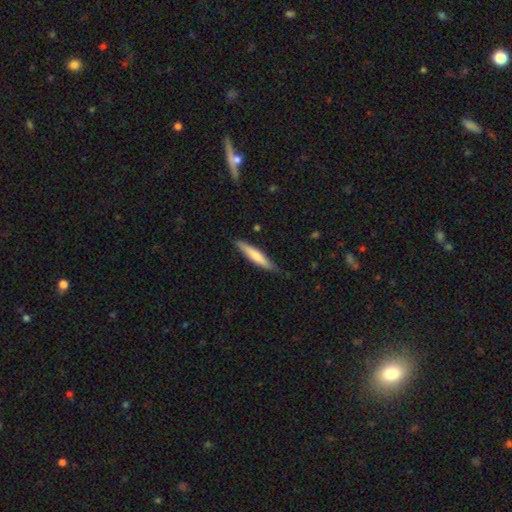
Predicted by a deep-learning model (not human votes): A smooth galaxy with no disk features (68%) that is cigar-shaped (89%).

Vote fractions:
- Smooth or featured? smooth: 68% / featured or disk: 27% / star or artifact: 5%
- How rounded? cigar-shaped: 89% / in between: 10% / round: 1%
- Merging? none: 83% / minor disturbance: 14% / major disturbance: 2% / merger: 1%